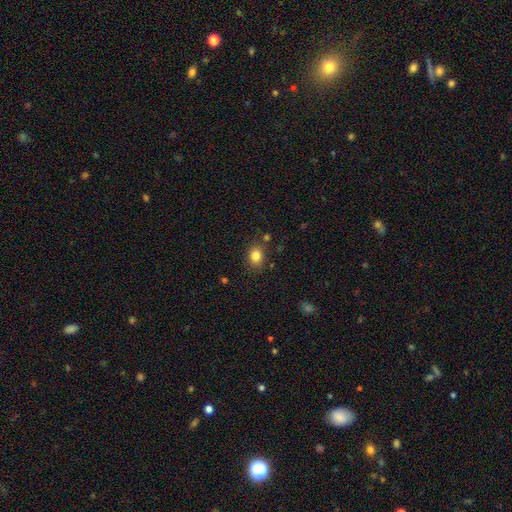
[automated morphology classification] The model was most divided on "how rounded": in between: 59%, round: 40%, cigar-shaped: 1%. More confident: smooth or featured — smooth (83%); merging — none (80%).